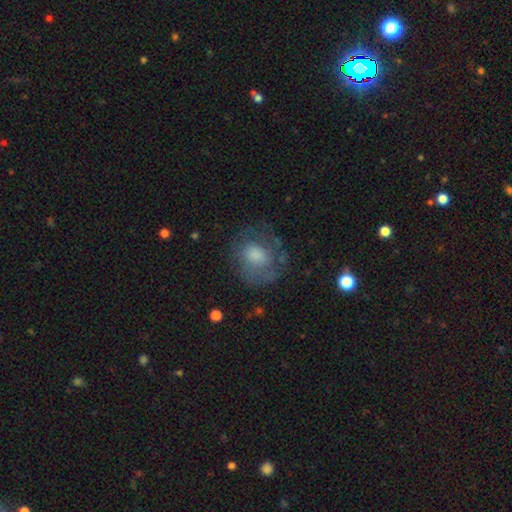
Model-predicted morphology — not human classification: A smooth galaxy with no disk features (56%) that is round (68%).

Vote fractions:
- Smooth or featured? smooth: 56% / featured or disk: 34% / star or artifact: 10%
- How rounded? round: 68% / in between: 31% / cigar-shaped: 1%
- Merging? none: 61% / minor disturbance: 20% / major disturbance: 17% / merger: 2%